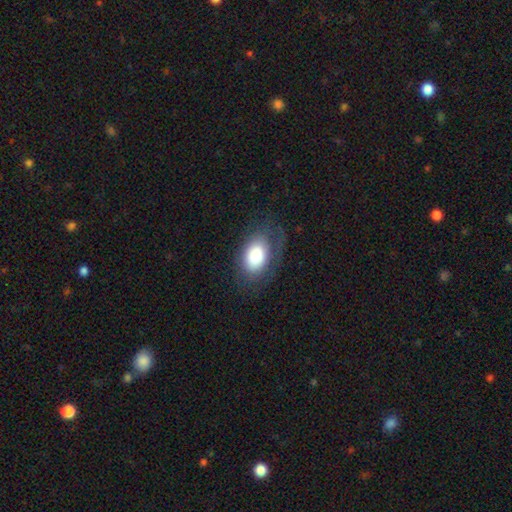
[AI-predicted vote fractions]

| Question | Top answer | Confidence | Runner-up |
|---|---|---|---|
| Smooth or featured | smooth | 77% | featured or disk (15%) |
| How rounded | in between | 88% | round (11%) |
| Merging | none | 68% | minor disturbance (19%) |